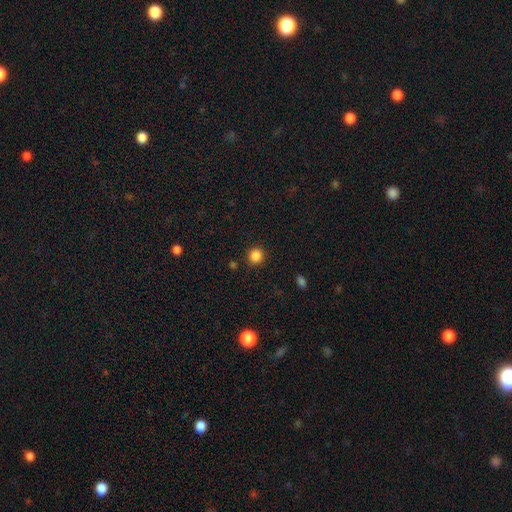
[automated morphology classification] Smooth or featured? smooth (85%)
How rounded? round (86%)
Merging? none (89%)